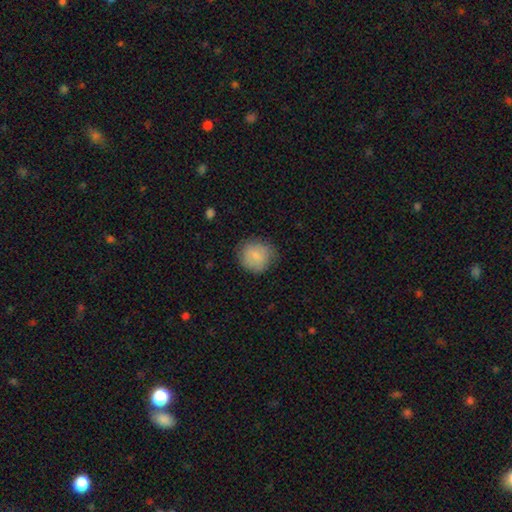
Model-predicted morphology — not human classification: This appears to be a smooth galaxy with no disk features (82%) that is round (84%). Merging: none (73%).